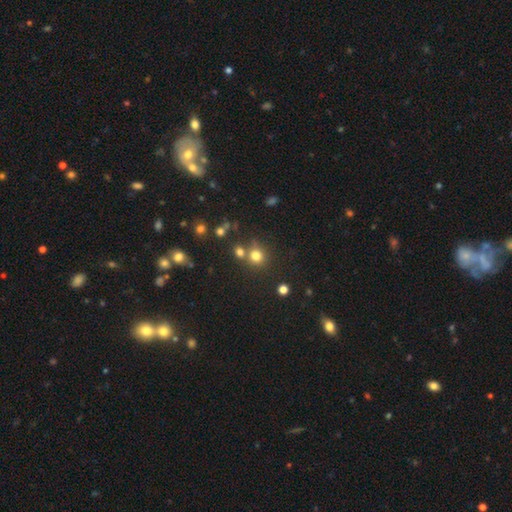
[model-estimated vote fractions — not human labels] smooth 76%, star or artifact 16%, featured or disk 7%. Down the decision tree: how rounded — round (87%); merging — none (63%).